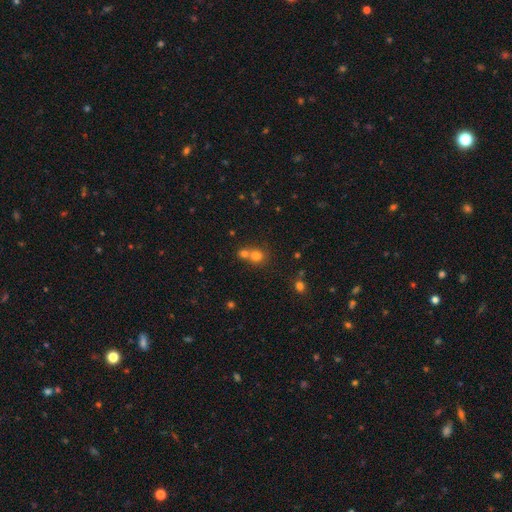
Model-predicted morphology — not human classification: A smooth galaxy with no disk features (74%) that is round (82%).

Vote fractions:
- Smooth or featured? smooth: 74% / star or artifact: 16% / featured or disk: 10%
- How rounded? round: 82% / in between: 17% / cigar-shaped: 1%
- Merging? merger: 52% / none: 40% / minor disturbance: 5% / major disturbance: 2%